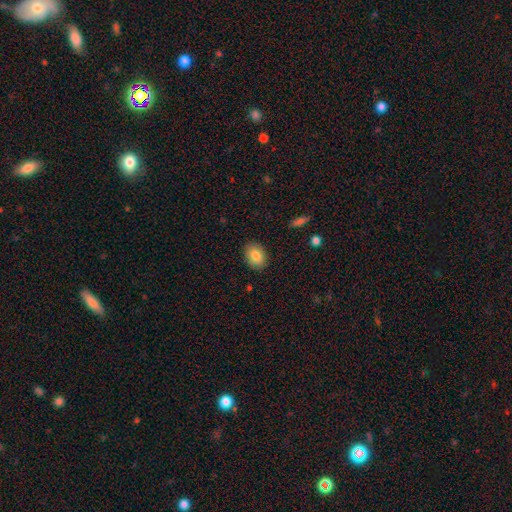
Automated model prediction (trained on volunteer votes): smooth_or_featured: smooth (p=0.84) [alt: featured or disk p=0.08]
how_rounded: in between (p=0.73) [alt: round p=0.26]
merging: none (p=0.88) [alt: minor disturbance p=0.09]